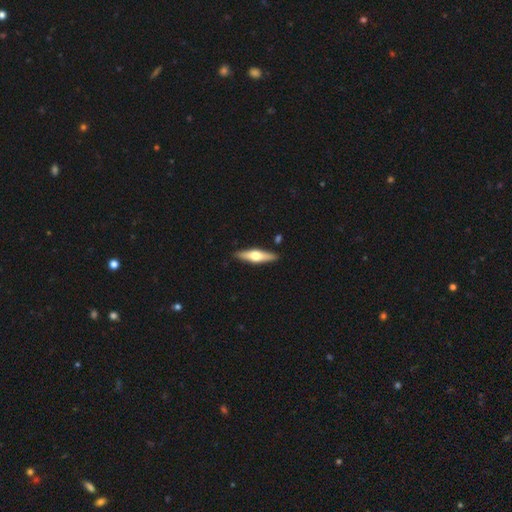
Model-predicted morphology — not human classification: This appears to be a featured or disk galaxy (56%) viewed edge-on (94%) with a rounded central bulge (94%). Merging: none (90%).